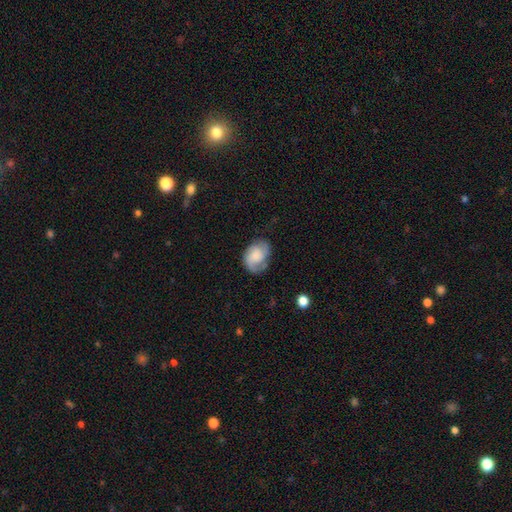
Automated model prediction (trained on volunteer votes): smooth_or_featured: featured or disk (p=0.50) [alt: smooth p=0.42]
merging: none (p=0.60) [alt: minor disturbance p=0.25]